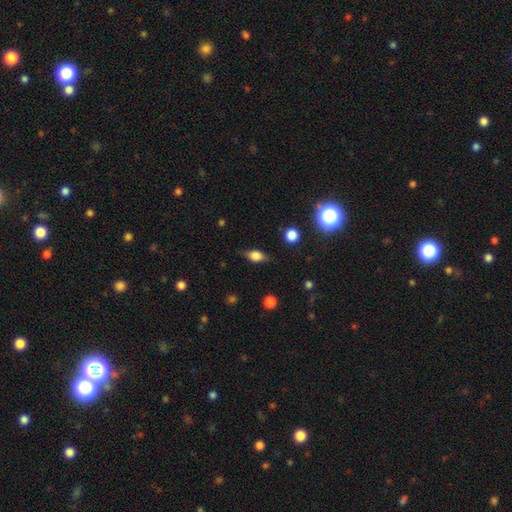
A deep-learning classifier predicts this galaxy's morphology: A smooth galaxy with no disk features (55%) that is in between round and cigar-shaped (69%). Merging: none (78%).